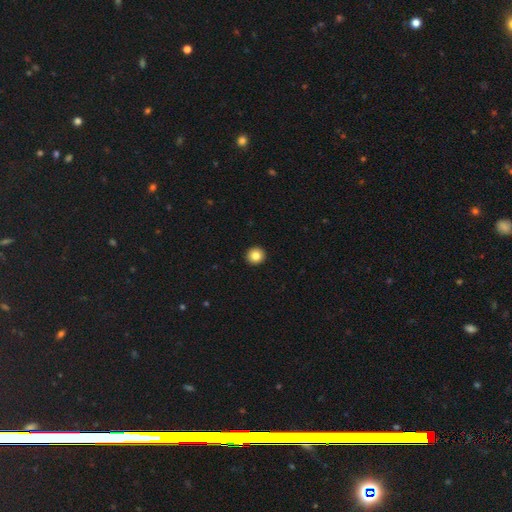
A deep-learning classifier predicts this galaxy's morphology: smooth 84%, star or artifact 9%, featured or disk 6%. Down the decision tree: how rounded — round (93%); merging — none (94%).